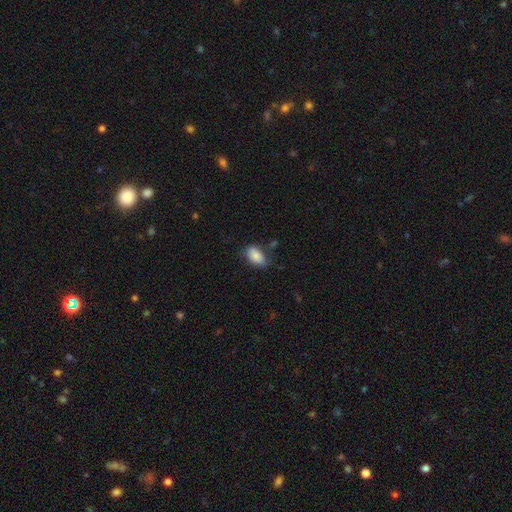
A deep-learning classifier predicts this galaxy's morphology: This is clearly a smooth galaxy (85%). How rounded: clearly in between (92%). Merging: likely none (68%).